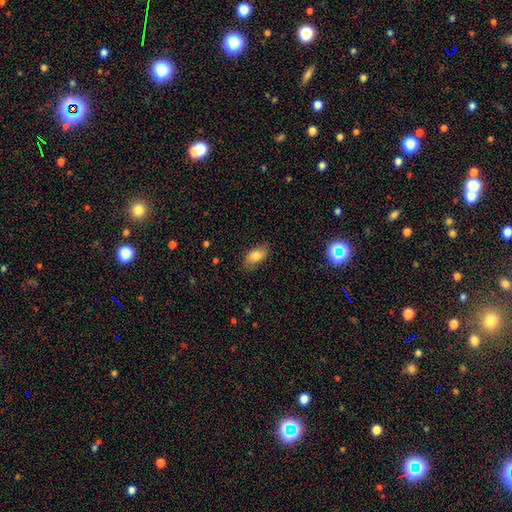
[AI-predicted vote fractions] The model was most divided on "merging": none: 79%, minor disturbance: 16%, major disturbance: 4%, merger: 1%. More confident: how rounded — in between (91%); smooth or featured — smooth (78%).